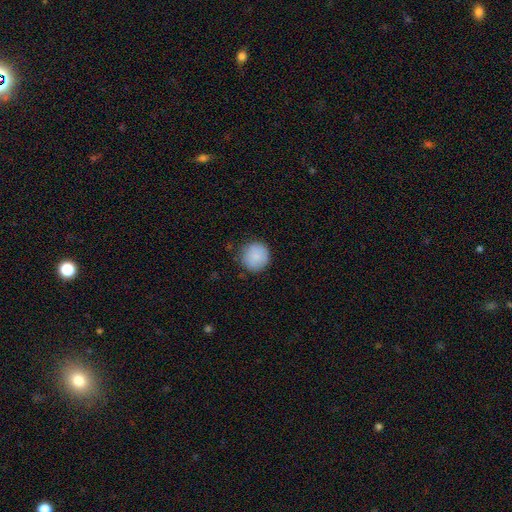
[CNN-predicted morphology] smooth-or-featured: smooth: 88% | star or artifact: 7% | featured or disk: 5%
  how-rounded: round: 93% | in between: 6% | cigar-shaped: 1%
  merging: none: 85% | minor disturbance: 12% | major disturbance: 3% | merger: 1%